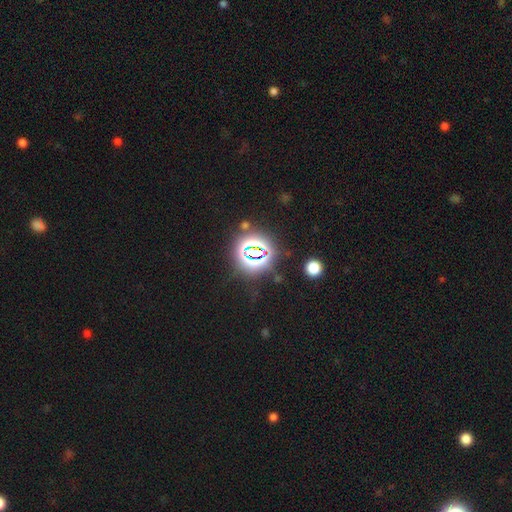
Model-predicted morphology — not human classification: A star or artifact, not a galaxy (76%).

Vote fractions:
- Smooth or featured? star or artifact: 76% / smooth: 15% / featured or disk: 9%